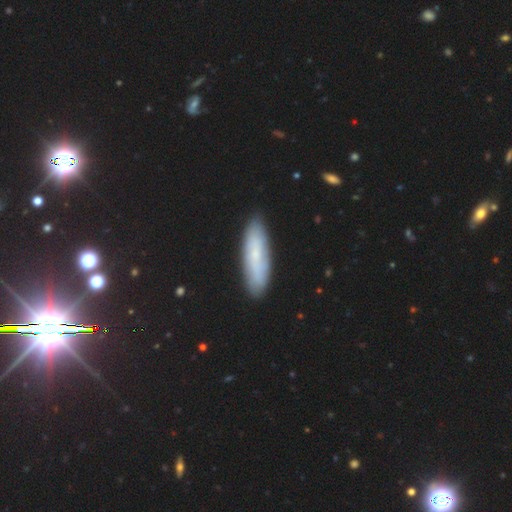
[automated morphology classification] Overall: smooth (53%; featured or disk 39%). How rounded: cigar-shaped (56%; in between 42%). Merging: none (86%).